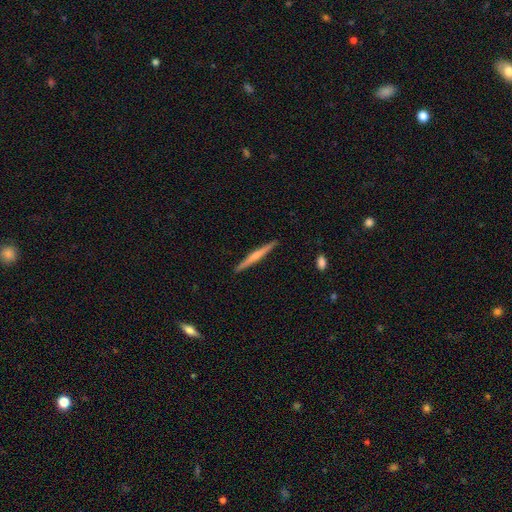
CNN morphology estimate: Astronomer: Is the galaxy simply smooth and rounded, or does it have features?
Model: featured or disk — 57% (runner-up: smooth, 38%).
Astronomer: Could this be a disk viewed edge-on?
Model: yes — 98%.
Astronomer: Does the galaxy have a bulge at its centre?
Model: rounded — 53% (runner-up: none, 37%).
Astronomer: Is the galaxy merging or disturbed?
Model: none — 92%.